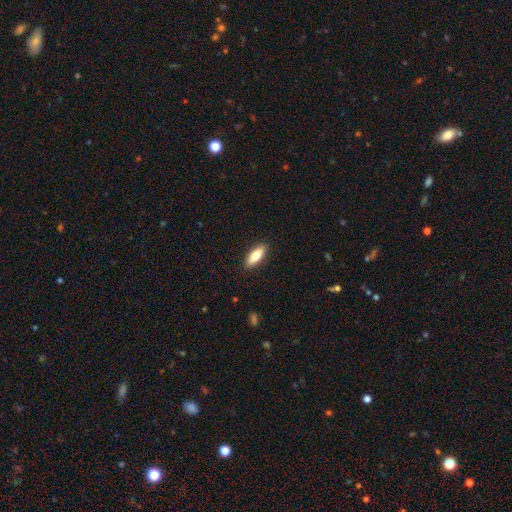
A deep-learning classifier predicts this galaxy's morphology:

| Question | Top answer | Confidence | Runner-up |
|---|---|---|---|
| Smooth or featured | smooth | 73% | featured or disk (21%) |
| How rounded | in between | 56% | cigar-shaped (42%) |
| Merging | none | 90% | minor disturbance (8%) |